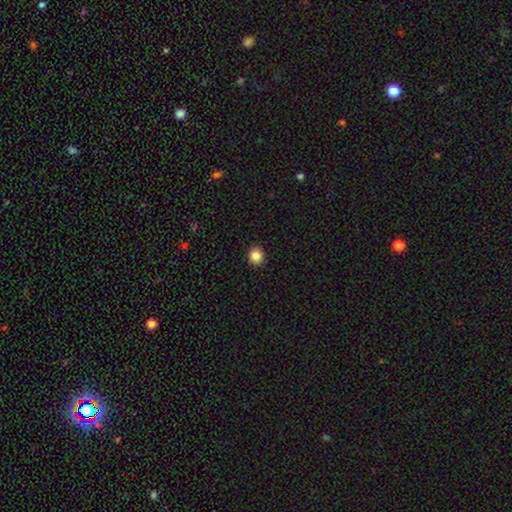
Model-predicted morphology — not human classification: type=smooth (86%); roundness=round (89%); merging=none (93%).